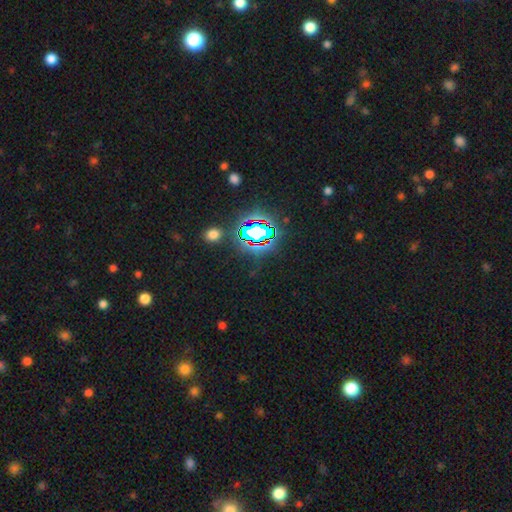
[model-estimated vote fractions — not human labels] This is likely a star or artifact rather than a galaxy (78%).